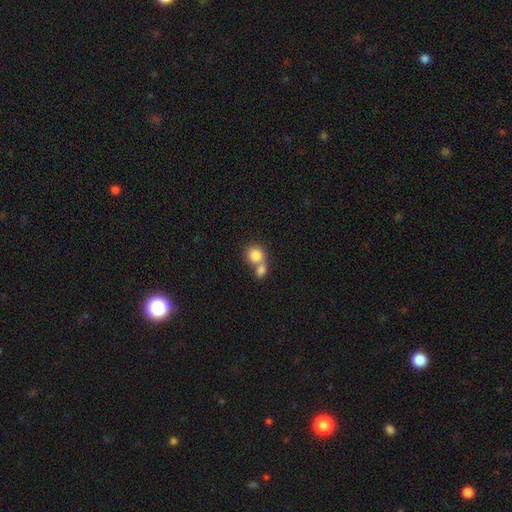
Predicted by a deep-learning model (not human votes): A smooth galaxy with no disk features (82%) that is round (77%). Merging: merger (62%).